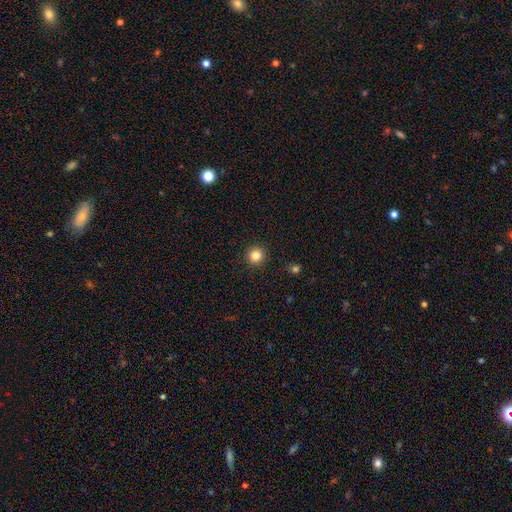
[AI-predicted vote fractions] A smooth galaxy with no disk features (83%) that is round (95%).

Vote fractions:
- Smooth or featured? smooth: 83% / star or artifact: 12% / featured or disk: 5%
- How rounded? round: 95% / in between: 4% / cigar-shaped: 1%
- Merging? none: 93% / minor disturbance: 5% / major disturbance: 2% / merger: 1%